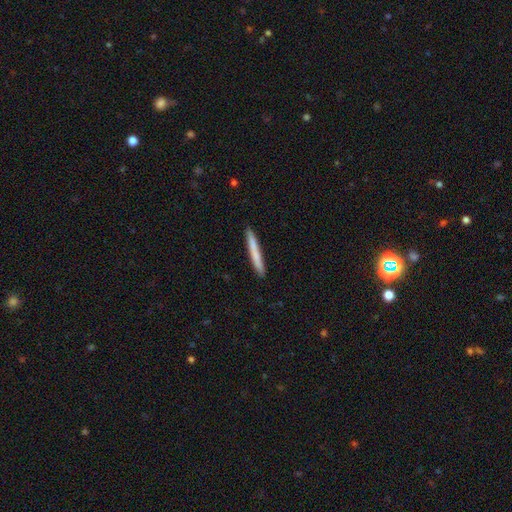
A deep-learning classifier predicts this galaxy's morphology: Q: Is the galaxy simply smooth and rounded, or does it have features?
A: smooth — 71%.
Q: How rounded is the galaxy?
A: cigar-shaped — 97%.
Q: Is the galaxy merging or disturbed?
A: none — 91%.